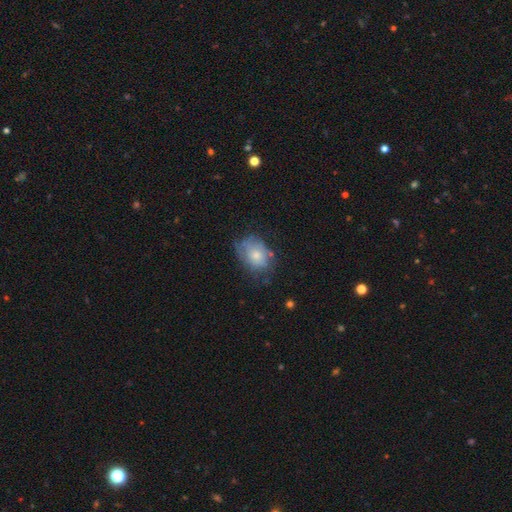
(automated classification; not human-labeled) Smooth or featured? smooth (62%)
How rounded? in between (70%)
Merging? none (54%)